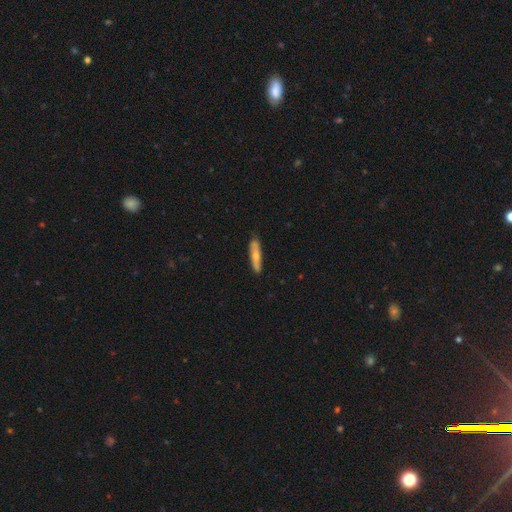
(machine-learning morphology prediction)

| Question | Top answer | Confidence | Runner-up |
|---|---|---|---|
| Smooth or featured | smooth | 63% | featured or disk (32%) |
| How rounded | cigar-shaped | 84% | in between (15%) |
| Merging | none | 83% | minor disturbance (13%) |